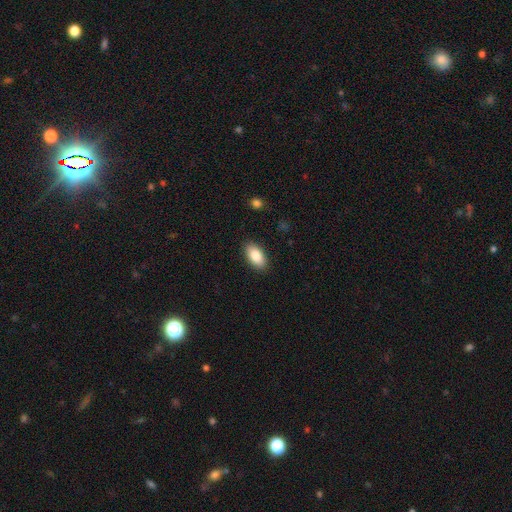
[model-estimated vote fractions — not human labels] Smooth or featured?
  - smooth: 85% *
  - featured or disk: 8%
  - star or artifact: 7%
How rounded?
  - in between: 93% *
  - cigar-shaped: 3%
  - round: 3%
Merging?
  - none: 89% *
  - minor disturbance: 8%
  - major disturbance: 2%
  - merger: 1%